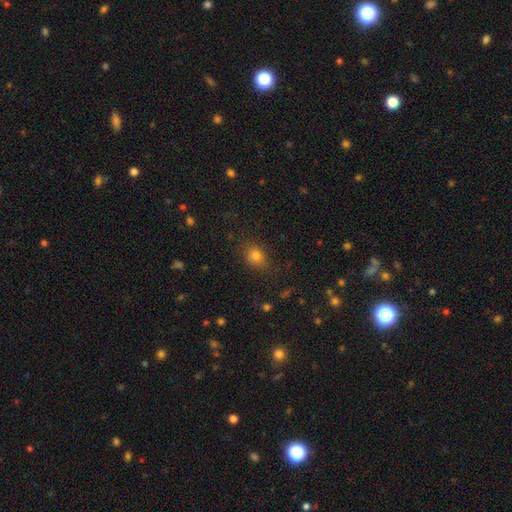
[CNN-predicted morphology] smooth_or_featured: smooth (p=0.79) [alt: star or artifact p=0.13]
how_rounded: round (p=0.50) [alt: in between p=0.48]
merging: none (p=0.80) [alt: minor disturbance p=0.14]